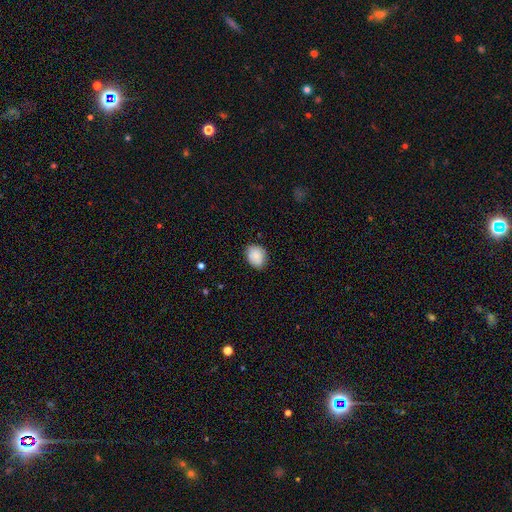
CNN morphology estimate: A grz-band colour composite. It shows a smooth galaxy with no disk features (87%) that is in between round and cigar-shaped (50%). Merging: none (77%).